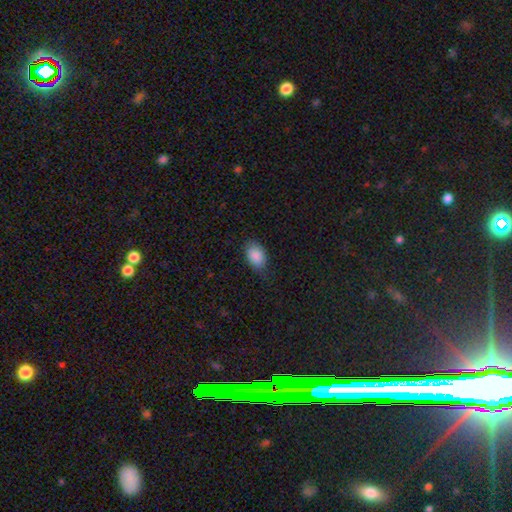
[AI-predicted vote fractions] This is clearly a smooth galaxy (87%). How rounded: clearly in between (85%). Merging: likely none (71%).